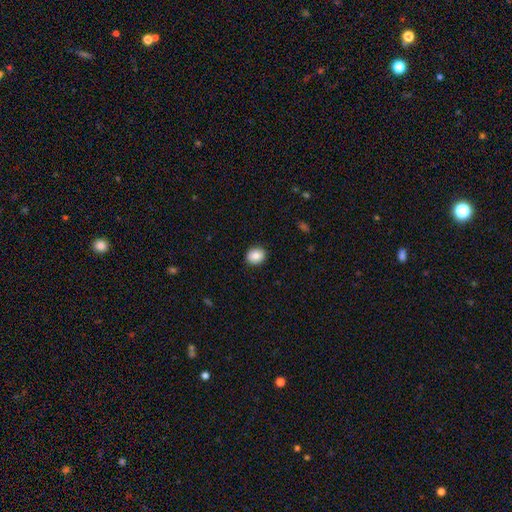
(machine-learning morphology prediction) A smooth galaxy with no disk features (85%) that is round (71%). Merging: none (91%).